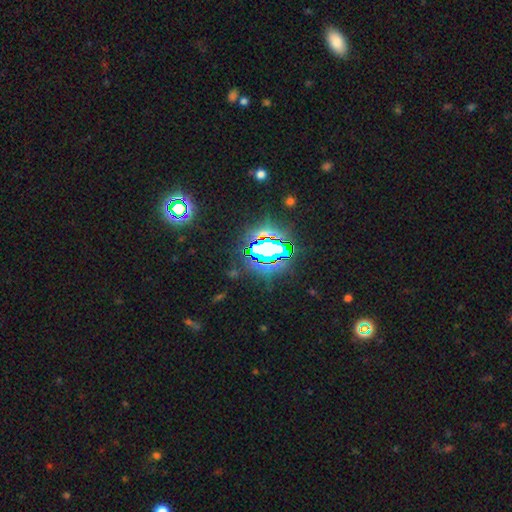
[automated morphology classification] Q: Smooth or featured?
A: star or artifact (81%); runner-up: smooth (10%)